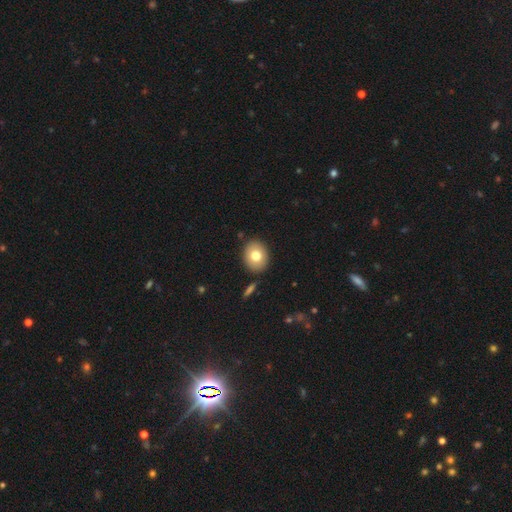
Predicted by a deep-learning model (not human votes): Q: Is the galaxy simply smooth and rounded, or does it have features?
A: smooth — 75%.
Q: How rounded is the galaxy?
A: round — 50%.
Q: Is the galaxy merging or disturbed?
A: none — 87%.